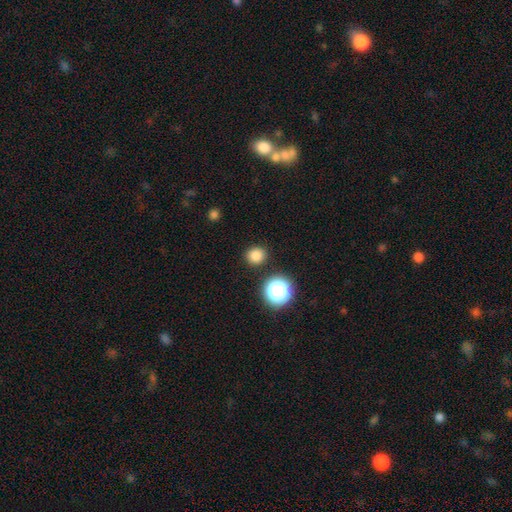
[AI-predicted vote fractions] A smooth galaxy with no disk features (81%) that is round (86%). Merging: none (89%).